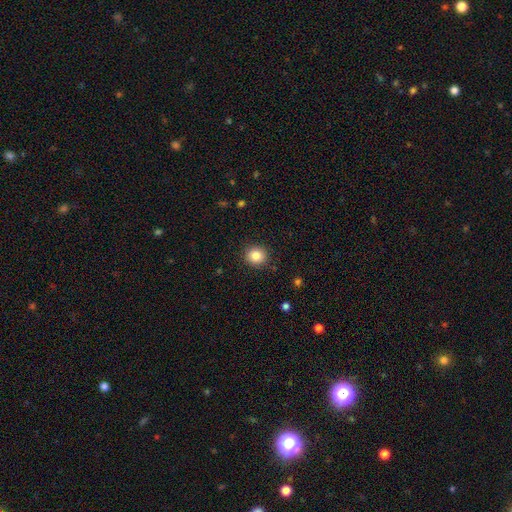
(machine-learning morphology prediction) Smooth or featured? smooth (85%)
How rounded? round (85%)
Merging? none (90%)